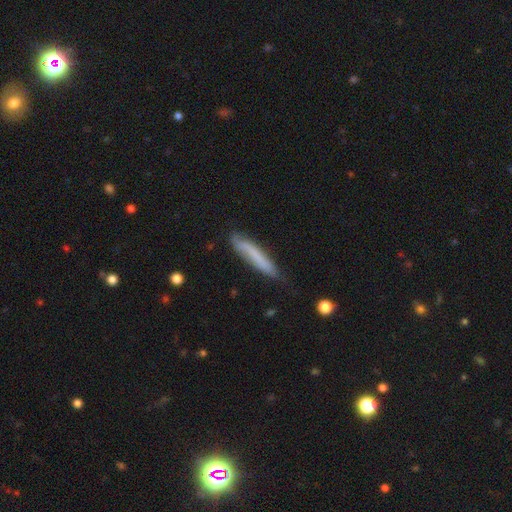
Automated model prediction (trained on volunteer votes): Morphology: type=smooth (64%); roundness=cigar-shaped (90%); merging=none (67%).